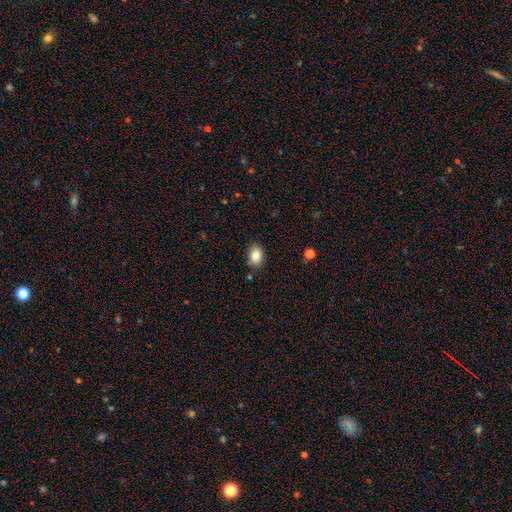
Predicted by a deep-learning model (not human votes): smooth 83%, star or artifact 9%, featured or disk 8%. Down the decision tree: how rounded — in between (72%); merging — none (83%).